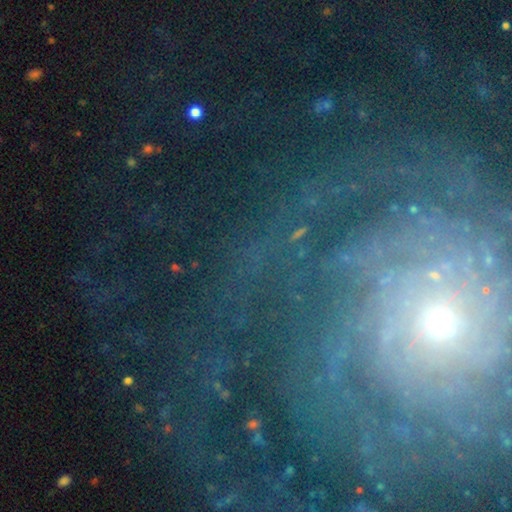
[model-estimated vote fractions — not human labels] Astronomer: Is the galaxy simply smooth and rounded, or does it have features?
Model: featured or disk — 74%.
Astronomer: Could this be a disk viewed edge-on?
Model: no — 96%.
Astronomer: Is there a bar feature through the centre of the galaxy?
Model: no — 70%.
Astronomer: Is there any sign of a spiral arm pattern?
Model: yes — 92%.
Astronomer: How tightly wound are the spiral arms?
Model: tight — 71%.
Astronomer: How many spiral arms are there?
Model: can't tell — 31% (runner-up: more than 4, 17%).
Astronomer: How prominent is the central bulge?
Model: small — 65%.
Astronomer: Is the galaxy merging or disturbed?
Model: none — 73%.